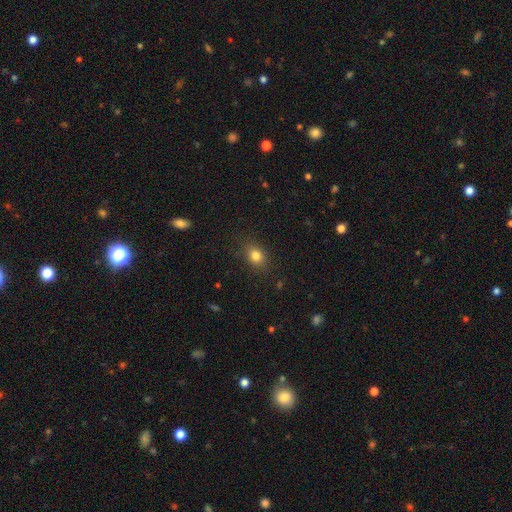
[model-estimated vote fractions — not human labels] smooth 82%, star or artifact 11%, featured or disk 7%. Down the decision tree: how rounded — in between (58%); merging — none (84%).